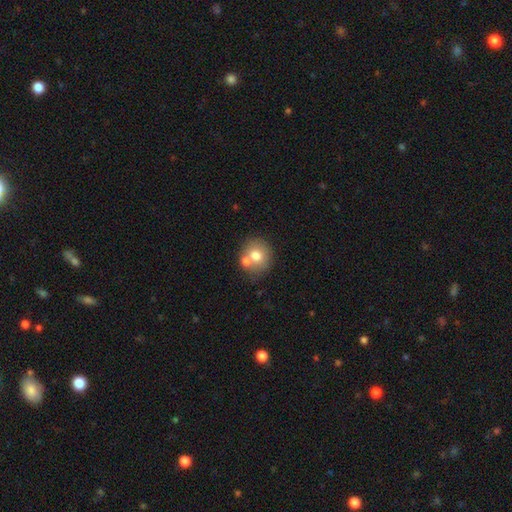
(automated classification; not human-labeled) smooth_or_featured: smooth (p=0.71) [alt: featured or disk p=0.19]
how_rounded: round (p=0.80) [alt: in between p=0.19]
merging: none (p=0.57) [alt: merger p=0.28]